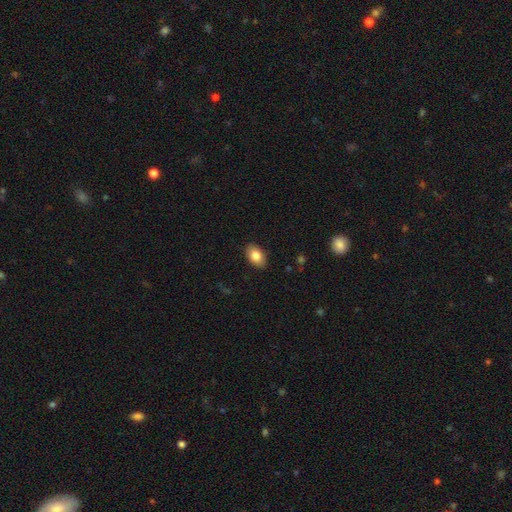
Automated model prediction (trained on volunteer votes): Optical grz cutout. It shows a smooth galaxy with no disk features (83%) that is in between round and cigar-shaped (89%). Merging: none (87%).